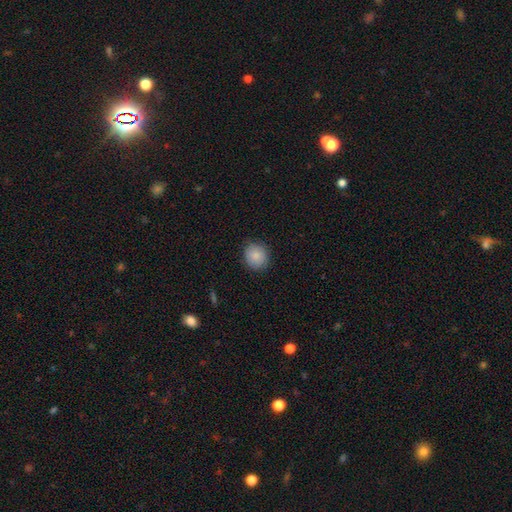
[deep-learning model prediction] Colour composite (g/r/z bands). It shows a smooth galaxy with no disk features (86%) that is round (81%). Merging: none (86%).